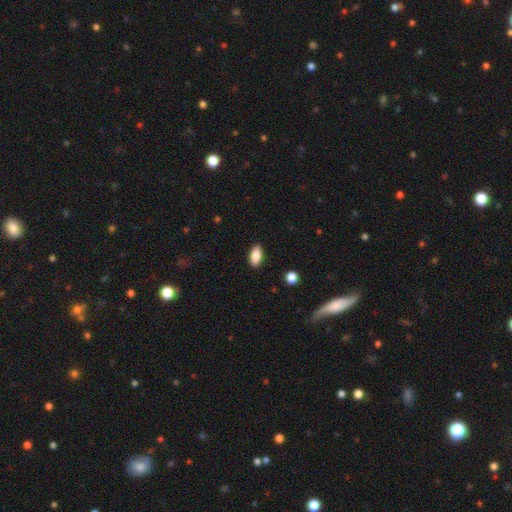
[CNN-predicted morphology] A smooth galaxy with no disk features (85%) that is in between round and cigar-shaped (88%).

Vote fractions:
- Smooth or featured? smooth: 85% / featured or disk: 8% / star or artifact: 7%
- How rounded? in between: 88% / cigar-shaped: 8% / round: 3%
- Merging? none: 89% / minor disturbance: 8% / major disturbance: 2% / merger: 1%